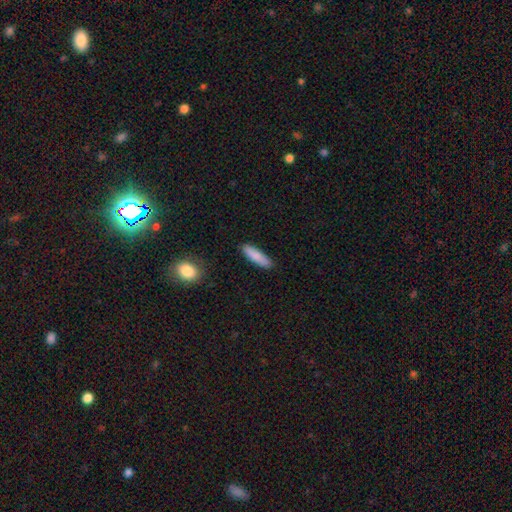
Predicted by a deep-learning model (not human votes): A smooth galaxy with no disk features (86%) that is cigar-shaped (66%).

Vote fractions:
- Smooth or featured? smooth: 86% / featured or disk: 8% / star or artifact: 6%
- How rounded? cigar-shaped: 66% / in between: 32% / round: 2%
- Merging? none: 88% / minor disturbance: 9% / major disturbance: 2% / merger: 1%